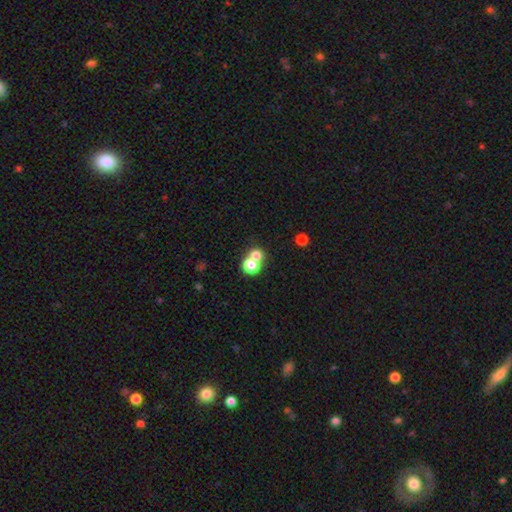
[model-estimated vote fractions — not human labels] This appears to be a smooth galaxy with no disk features (72%) that is round (79%). Merging: merger (47%).